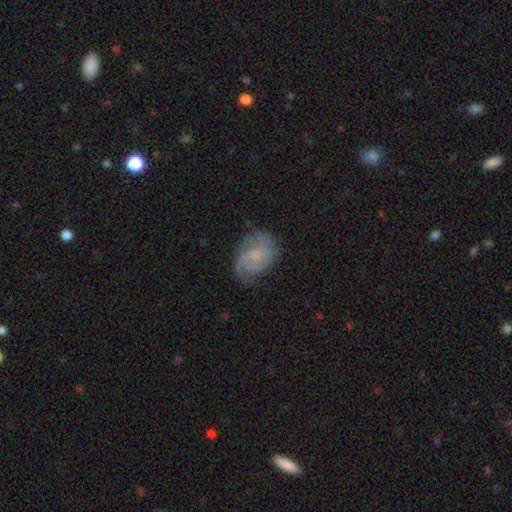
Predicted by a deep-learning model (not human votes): This is likely a featured or disk galaxy (66%). It is clearly not viewed edge-on (97%). Bar: likely no (67%). Spiral arm pattern: clearly yes (90%). Spiral arm count: marginally 2 (31%). Spiral winding: marginally medium (43%). Central bulge: possibly small (47%). Merging: likely none (63%).